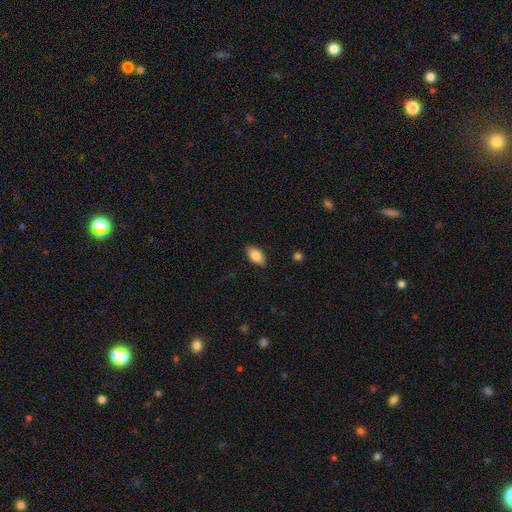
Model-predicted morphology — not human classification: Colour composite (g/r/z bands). It shows a smooth galaxy with no disk features (84%) that is in between round and cigar-shaped (93%). Merging: none (88%).